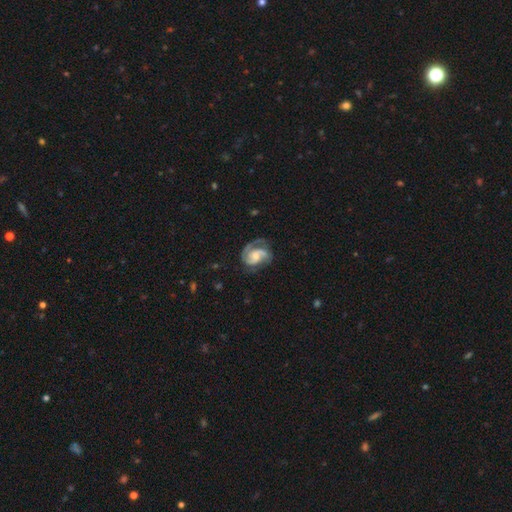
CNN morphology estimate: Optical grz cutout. It shows a featured or disk galaxy (85%) with no bar (50%), 2 (75%) medium (49%) spiral arms (97%) and a small central bulge (39%). Merging: none (60%).